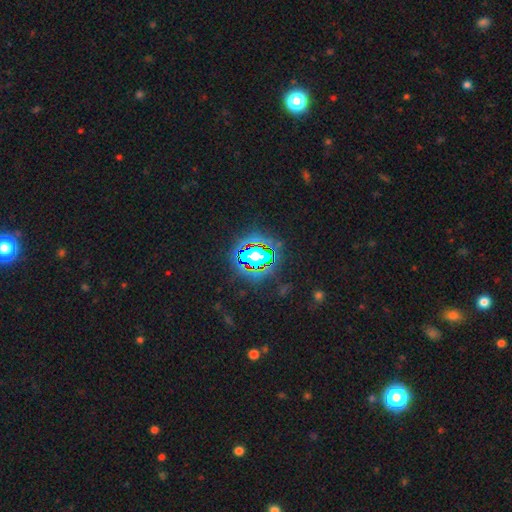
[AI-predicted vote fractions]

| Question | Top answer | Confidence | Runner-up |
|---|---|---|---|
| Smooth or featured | star or artifact | 68% | smooth (19%) |